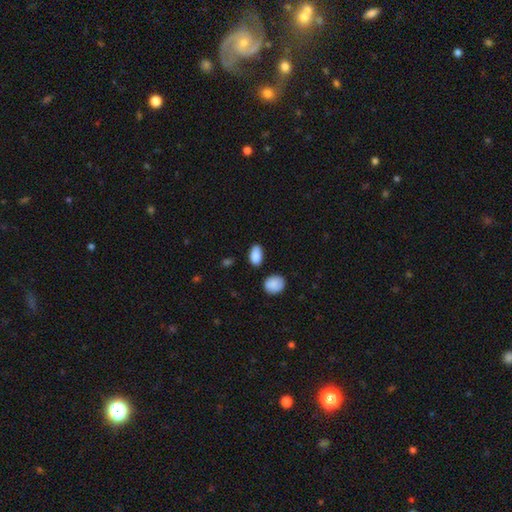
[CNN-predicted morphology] A smooth galaxy with no disk features (89%) that is in between round and cigar-shaped (92%).

Vote fractions:
- Smooth or featured? smooth: 89% / star or artifact: 7% / featured or disk: 4%
- How rounded? in between: 92% / round: 6% / cigar-shaped: 2%
- Merging? none: 83% / minor disturbance: 11% / merger: 4% / major disturbance: 2%